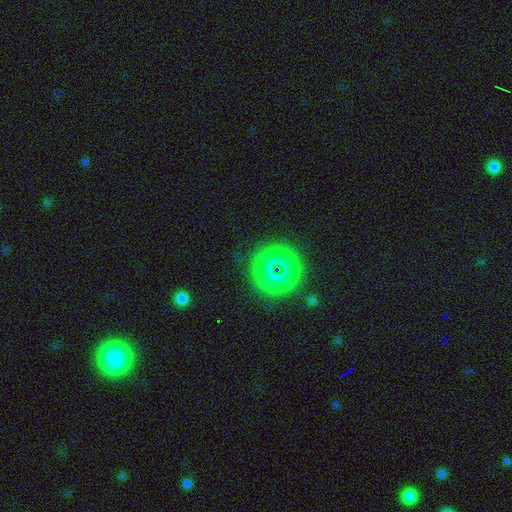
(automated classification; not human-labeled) A star or artifact, not a galaxy (76%).